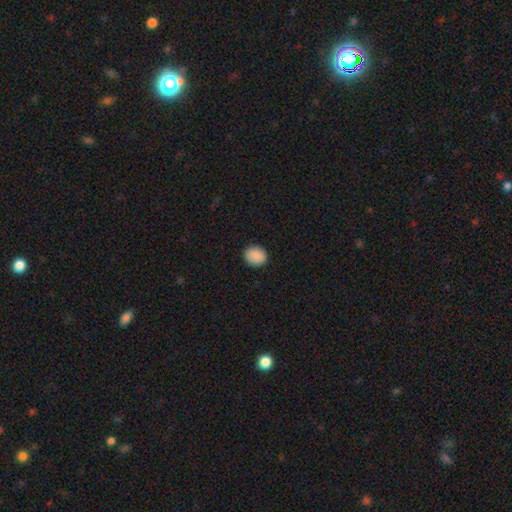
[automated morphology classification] smooth 90%, star or artifact 8%, featured or disk 3%. Down the decision tree: how rounded — round (68%); merging — none (90%).